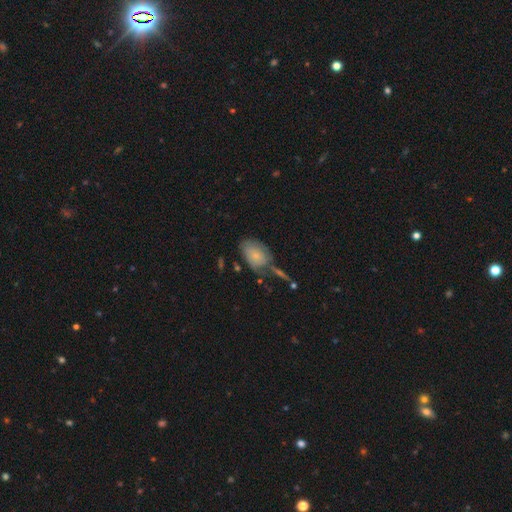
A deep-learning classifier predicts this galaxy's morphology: A smooth galaxy with no disk features (69%) that is in between round and cigar-shaped (86%). Merging: none (50%).